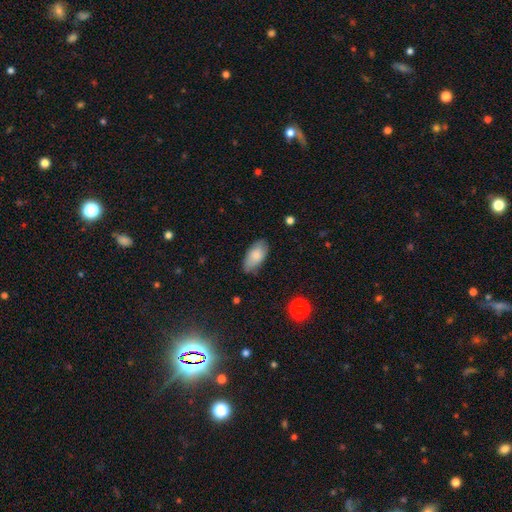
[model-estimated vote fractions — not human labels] Morphology: type=smooth (79%); roundness=in between (93%); merging=none (77%).